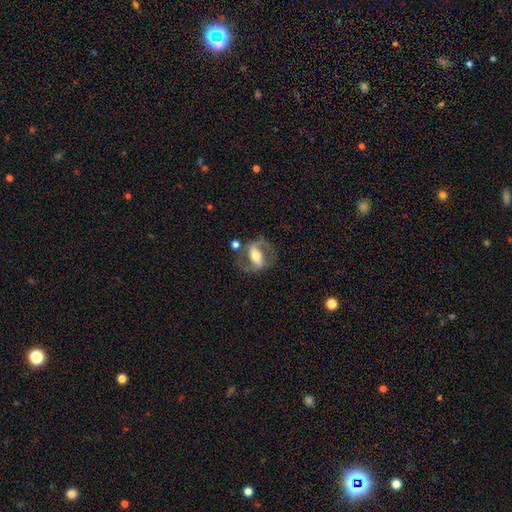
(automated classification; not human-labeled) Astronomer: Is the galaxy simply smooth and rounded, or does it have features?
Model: featured or disk — 74%.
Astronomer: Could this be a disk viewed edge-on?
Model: no — 90%.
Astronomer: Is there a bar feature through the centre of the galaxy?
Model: strong — 61%.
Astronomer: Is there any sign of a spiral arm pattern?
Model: yes — 74%.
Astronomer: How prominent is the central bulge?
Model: moderate — 63%.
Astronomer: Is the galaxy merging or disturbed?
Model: none — 66%.